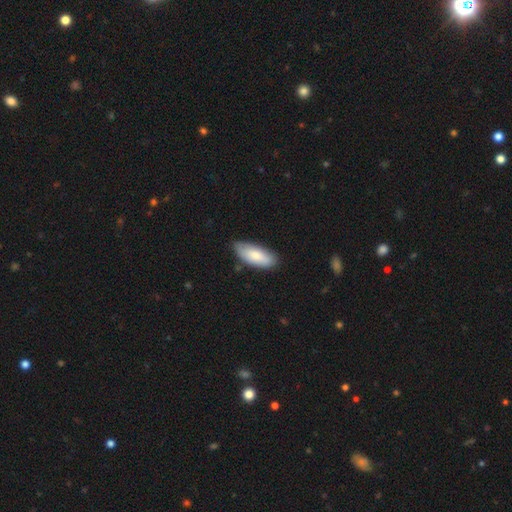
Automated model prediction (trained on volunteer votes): Smooth or featured? smooth (77%)
How rounded? in between (81%)
Merging? none (75%)